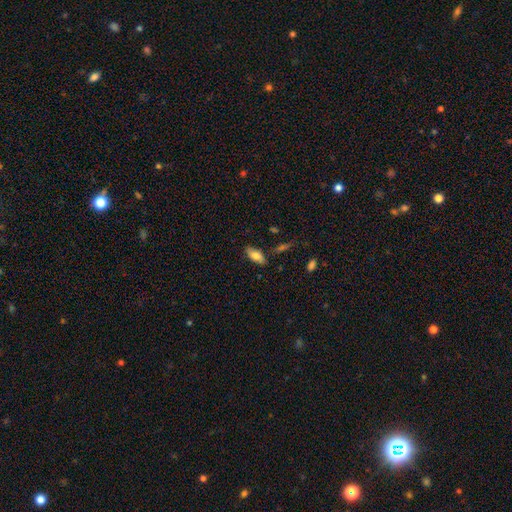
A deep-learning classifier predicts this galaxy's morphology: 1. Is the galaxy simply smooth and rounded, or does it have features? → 76% smooth, 17% featured or disk, 7% star or artifact.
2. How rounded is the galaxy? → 85% in between, 13% cigar-shaped, 2% round.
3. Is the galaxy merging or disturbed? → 80% none, 14% minor disturbance, 3% merger, 3% major disturbance.